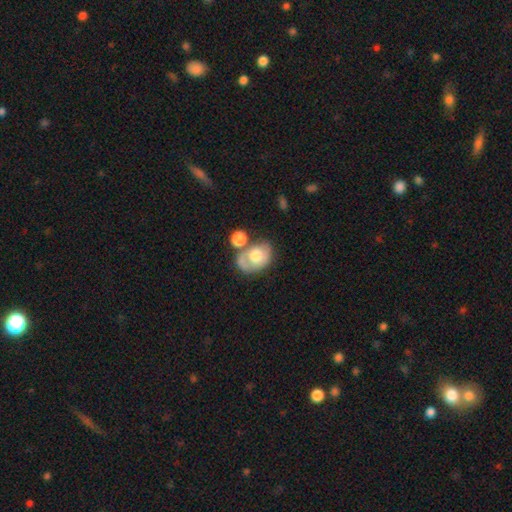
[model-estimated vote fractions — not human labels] A smooth galaxy with no disk features (53%) that is in between round and cigar-shaped (70%). Merging: none (43%).